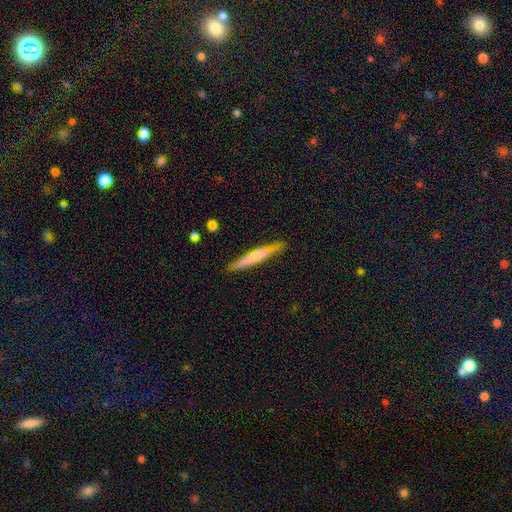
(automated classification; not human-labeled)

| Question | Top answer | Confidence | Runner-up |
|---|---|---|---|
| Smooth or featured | smooth | 54% | featured or disk (40%) |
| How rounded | cigar-shaped | 92% | in between (6%) |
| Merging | none | 77% | minor disturbance (17%) |